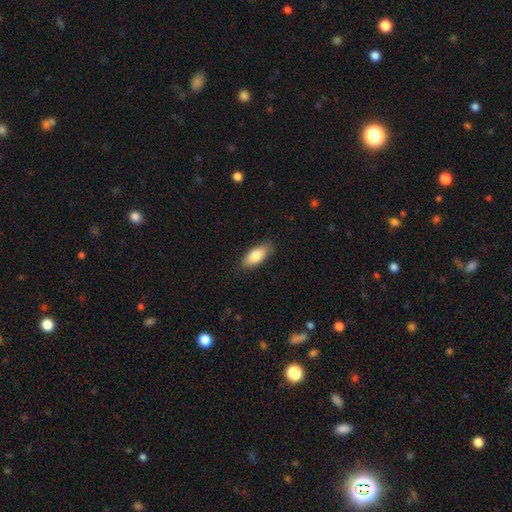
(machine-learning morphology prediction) type=smooth (81%); roundness=in between (83%); merging=none (85%).